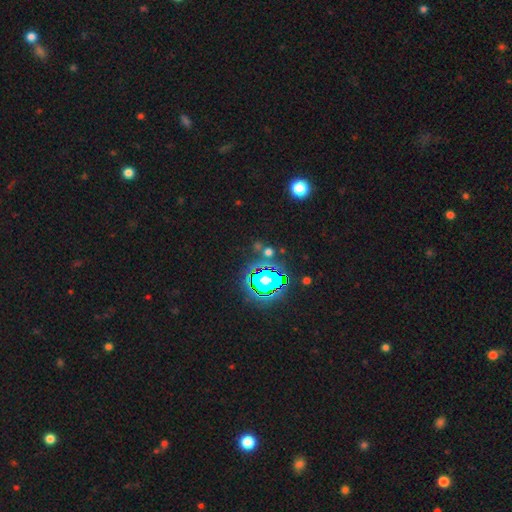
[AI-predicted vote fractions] smooth_or_featured: star or artifact (p=0.82) [alt: smooth p=0.11]